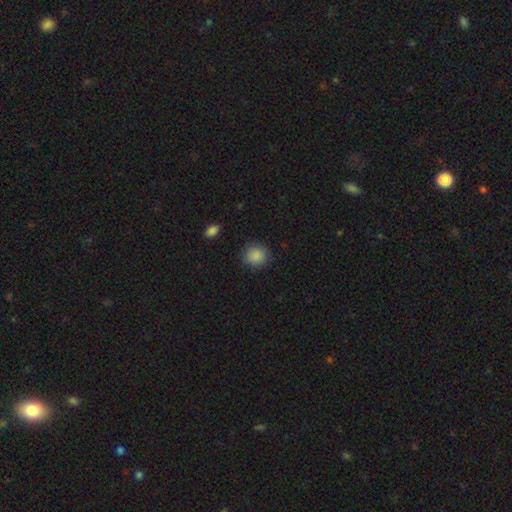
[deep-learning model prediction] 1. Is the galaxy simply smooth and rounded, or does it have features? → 88% smooth, 9% star or artifact, 4% featured or disk.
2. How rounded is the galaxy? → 83% round, 16% in between, 1% cigar-shaped.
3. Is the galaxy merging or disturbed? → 86% none, 10% minor disturbance, 3% major disturbance, 1% merger.